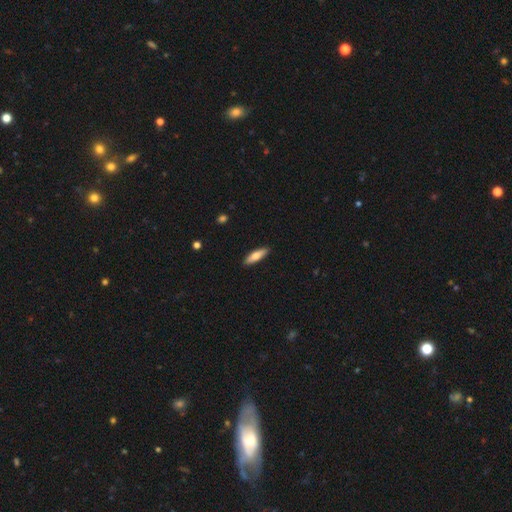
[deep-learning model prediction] smooth_or_featured: smooth (p=0.70) [alt: featured or disk p=0.24]
how_rounded: cigar-shaped (p=0.62) [alt: in between p=0.36]
merging: none (p=0.90) [alt: minor disturbance p=0.07]